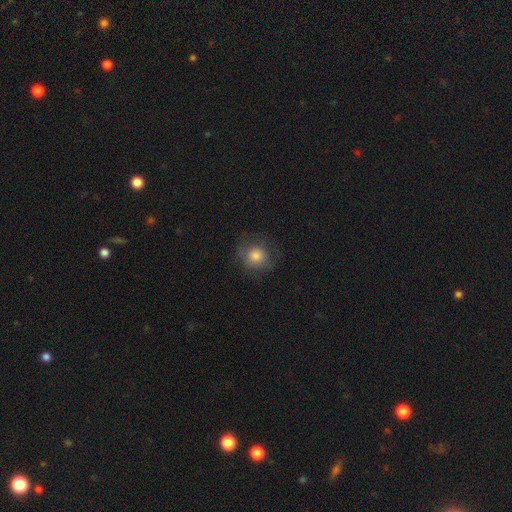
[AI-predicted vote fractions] A smooth galaxy with no disk features (77%) that is round (84%).

Vote fractions:
- Smooth or featured? smooth: 77% / featured or disk: 13% / star or artifact: 9%
- How rounded? round: 84% / in between: 15% / cigar-shaped: 1%
- Merging? none: 71% / minor disturbance: 19% / major disturbance: 9% / merger: 1%